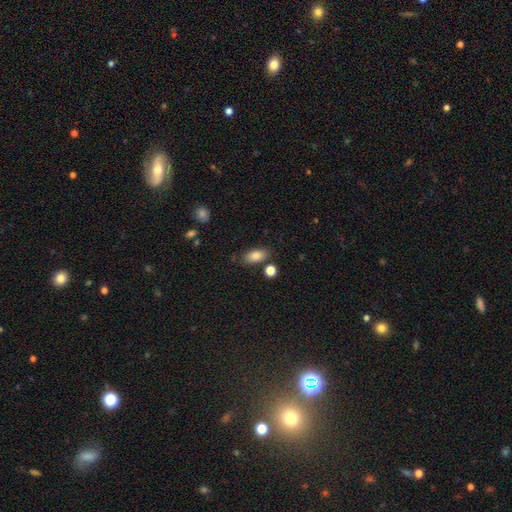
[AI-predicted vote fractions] This is clearly a smooth galaxy (85%). How rounded: clearly in between (89%). Merging: likely none (78%).